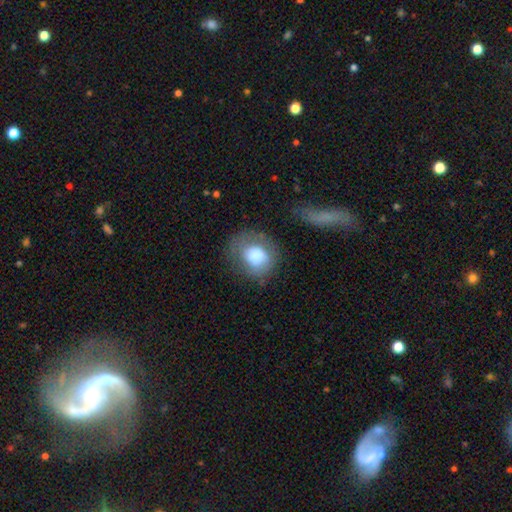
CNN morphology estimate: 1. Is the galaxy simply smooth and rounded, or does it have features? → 66% smooth, 25% featured or disk, 9% star or artifact.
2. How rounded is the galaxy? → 69% round, 30% in between, 1% cigar-shaped.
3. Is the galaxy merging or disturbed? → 55% none, 24% minor disturbance, 18% major disturbance, 3% merger.